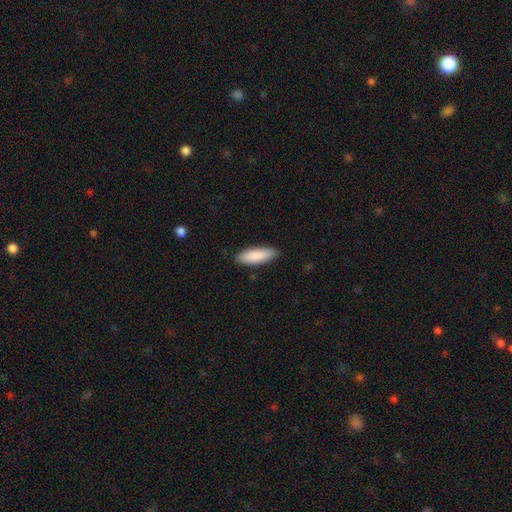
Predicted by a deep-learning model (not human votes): smooth-or-featured: smooth: 88% | featured or disk: 6% | star or artifact: 5%
  how-rounded: in between: 58% | cigar-shaped: 40% | round: 2%
  merging: none: 88% | minor disturbance: 10% | major disturbance: 2% | merger: 1%